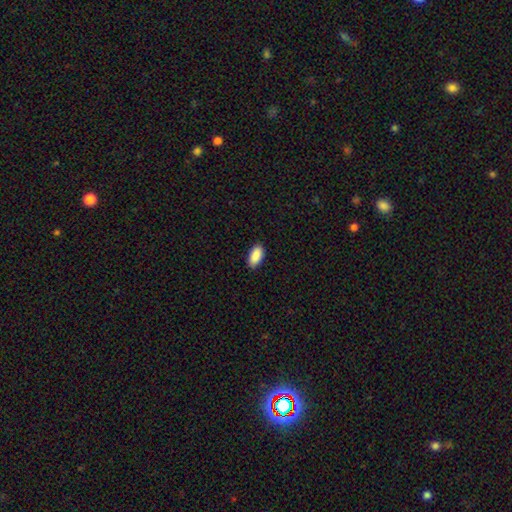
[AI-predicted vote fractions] A smooth galaxy with no disk features (91%) that is in between round and cigar-shaped (93%). Merging: none (88%).